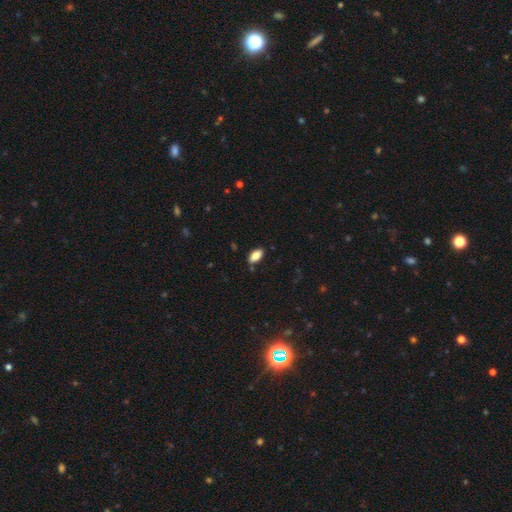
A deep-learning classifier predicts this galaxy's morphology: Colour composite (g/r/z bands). It shows a smooth galaxy with no disk features (84%) that is in between round and cigar-shaped (92%). Merging: none (85%).